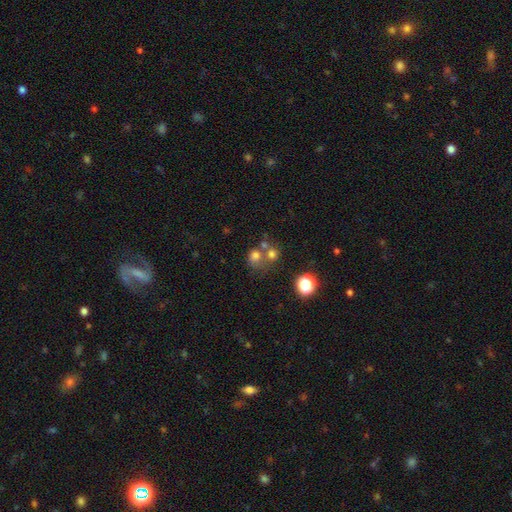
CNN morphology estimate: type=smooth (67%); roundness=round (73%); merging=merger (46%).